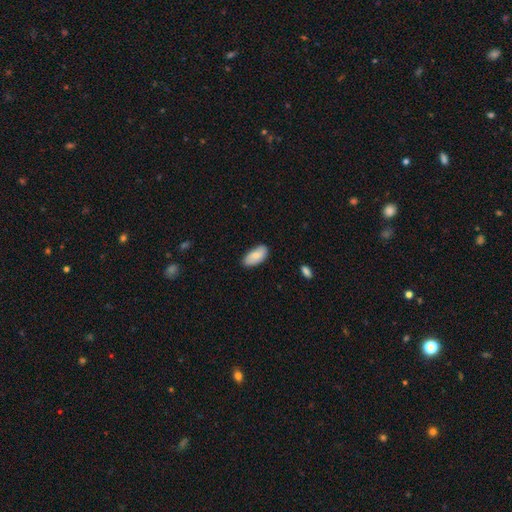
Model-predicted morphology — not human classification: type=smooth (81%); roundness=in between (93%); merging=none (82%).